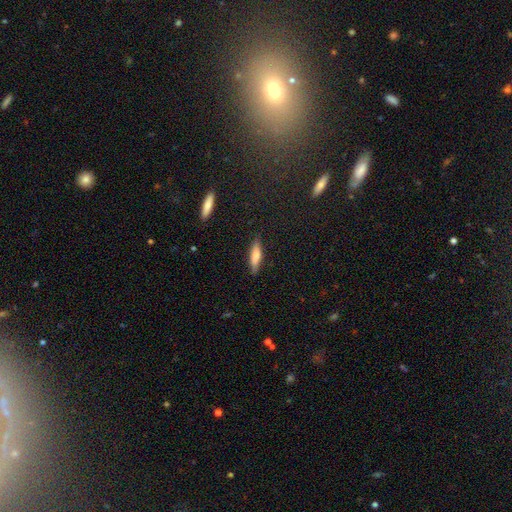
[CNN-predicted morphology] This appears to be a smooth galaxy with no disk features (70%) that is cigar-shaped (73%). Merging: none (86%).